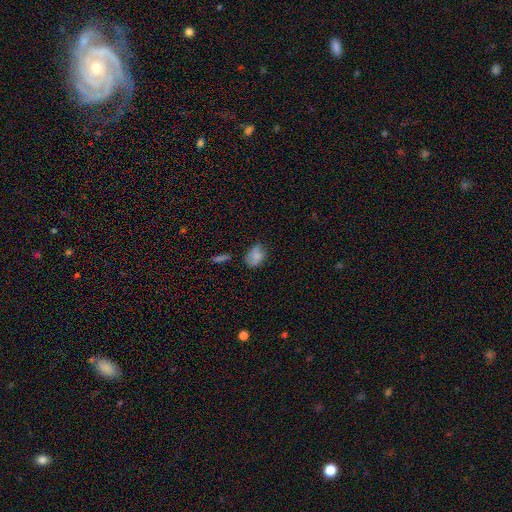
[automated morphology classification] smooth 75%, featured or disk 15%, star or artifact 9%. Down the decision tree: how rounded — in between (71%); merging — none (51%).